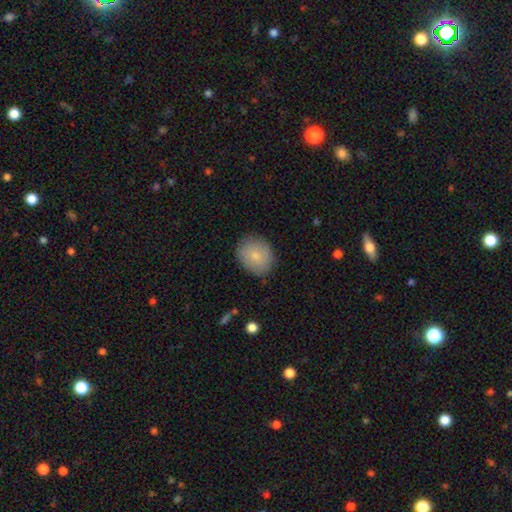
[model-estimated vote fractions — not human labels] smooth_or_featured: smooth (p=0.80) [alt: featured or disk p=0.13]
how_rounded: round (p=0.64) [alt: in between p=0.35]
merging: none (p=0.83) [alt: minor disturbance p=0.13]